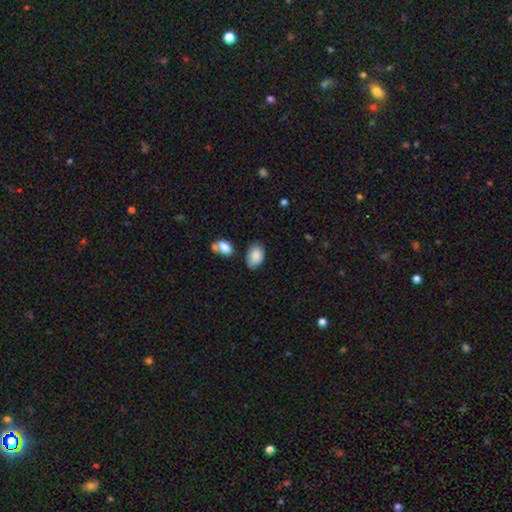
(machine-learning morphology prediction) type=smooth (84%); roundness=in between (86%); merging=none (66%).